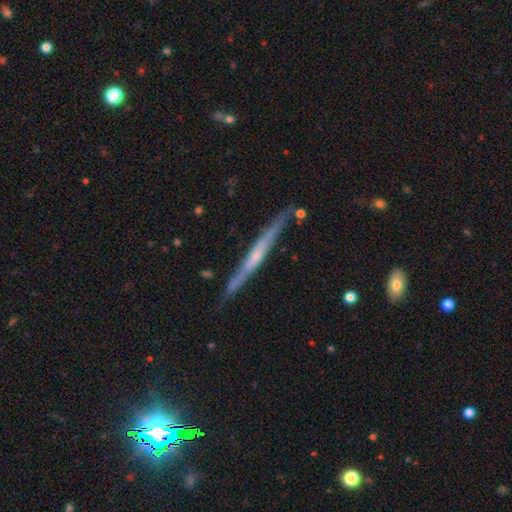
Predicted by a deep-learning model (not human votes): smooth_or_featured: featured or disk (p=0.71) [alt: smooth p=0.22]
disk_edge_on: yes (p=0.97) [alt: no p=0.03]
edge_on_bulge: none (p=0.55) [alt: rounded p=0.37]
merging: none (p=0.84) [alt: minor disturbance p=0.12]